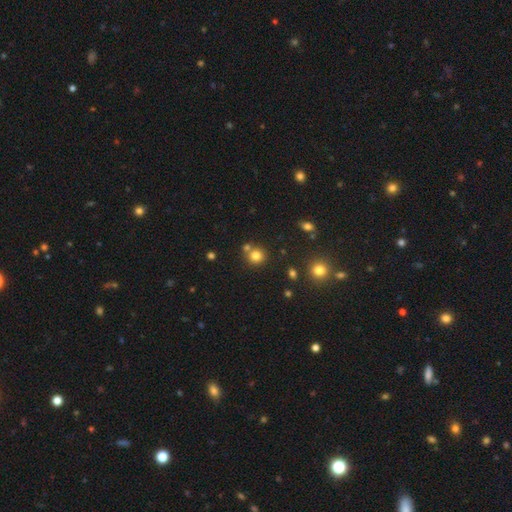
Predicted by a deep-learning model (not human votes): Morphology: type=smooth (79%); roundness=round (90%); merging=none (69%).